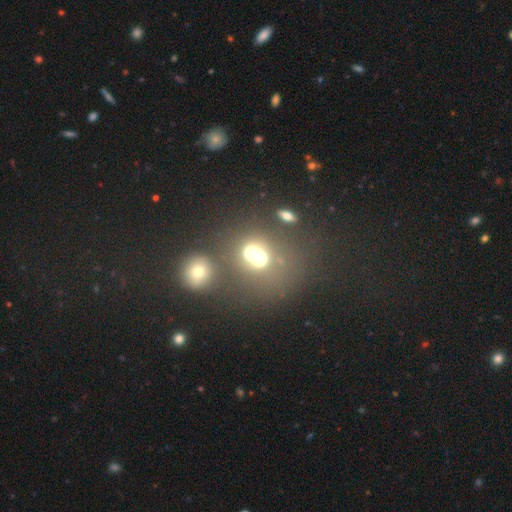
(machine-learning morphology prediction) This is likely a smooth galaxy (61%). How rounded: likely round (70%). Merging: likely merger (60%).